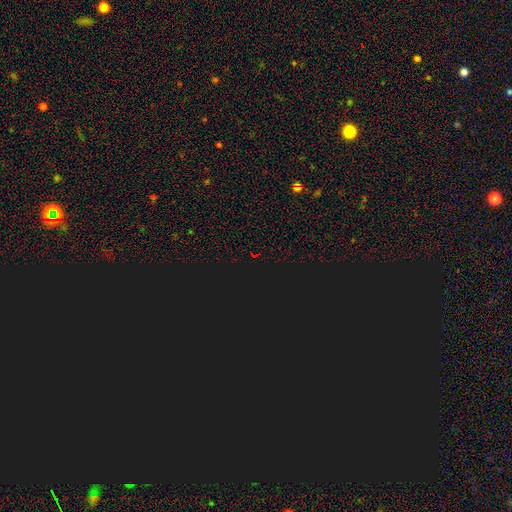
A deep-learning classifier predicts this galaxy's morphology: This appears to be a star or artifact, not a galaxy (81%).